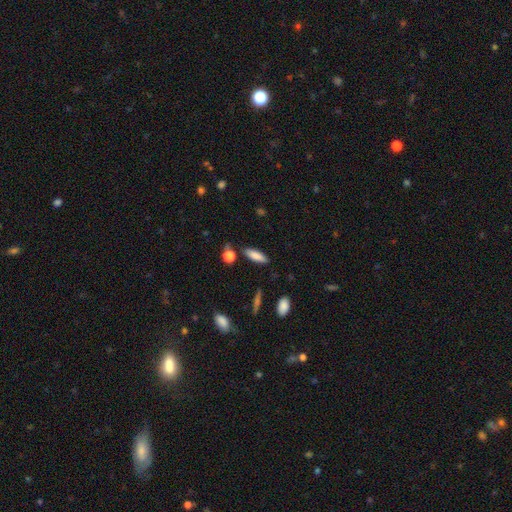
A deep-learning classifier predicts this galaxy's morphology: Smooth or featured? Predicted: smooth (p=0.83). How rounded? Predicted: in between (p=0.53). Merging? Predicted: none (p=0.80).